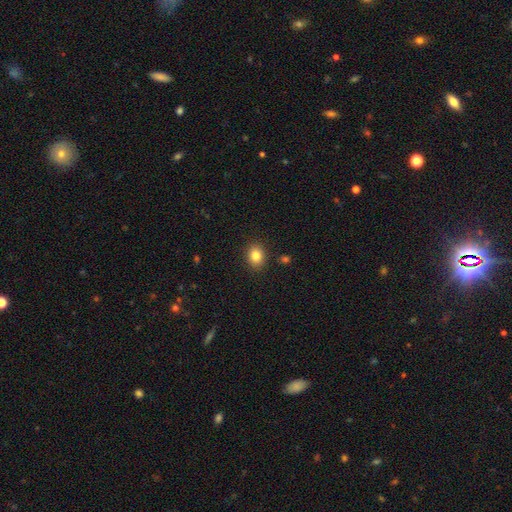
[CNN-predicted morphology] smooth 84%, star or artifact 10%, featured or disk 6%. Down the decision tree: how rounded — round (52%); merging — none (89%).